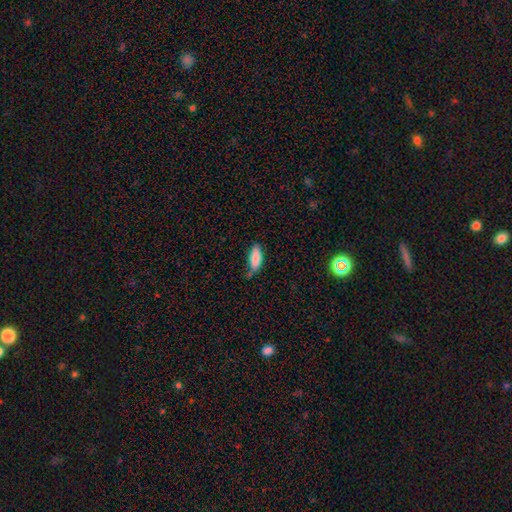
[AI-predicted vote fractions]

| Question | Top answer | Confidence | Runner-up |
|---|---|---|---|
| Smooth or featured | smooth | 86% | star or artifact (7%) |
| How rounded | in between | 77% | cigar-shaped (21%) |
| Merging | none | 62% | minor disturbance (27%) |